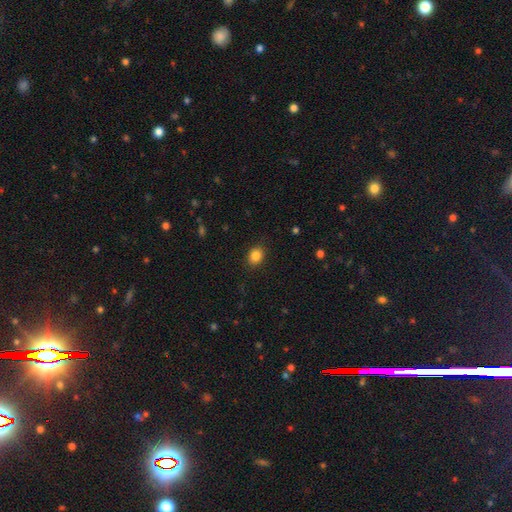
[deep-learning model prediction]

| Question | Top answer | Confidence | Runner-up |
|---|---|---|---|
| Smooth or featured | smooth | 85% | star or artifact (10%) |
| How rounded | round | 51% | in between (48%) |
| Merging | none | 88% | minor disturbance (9%) |